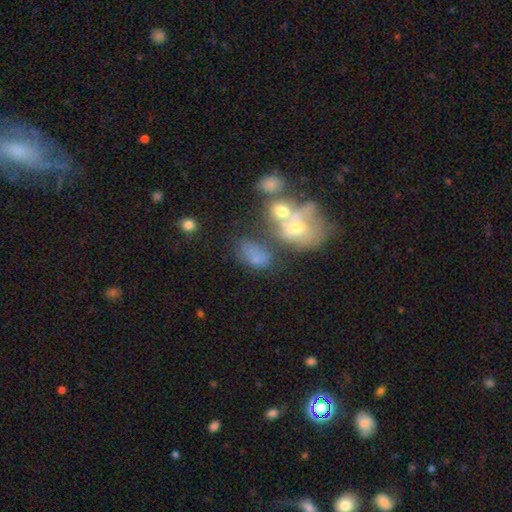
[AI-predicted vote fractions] The model was most divided on "merging": merger: 41%, none: 28%, major disturbance: 16%, minor disturbance: 15%. More confident: how rounded — in between (75%); smooth or featured — smooth (59%).